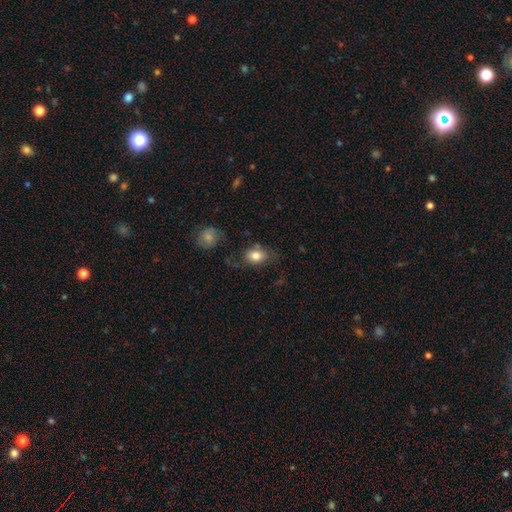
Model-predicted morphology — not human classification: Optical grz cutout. It shows a smooth galaxy with no disk features (81%) that is in between round and cigar-shaped (67%). Merging: none (60%).